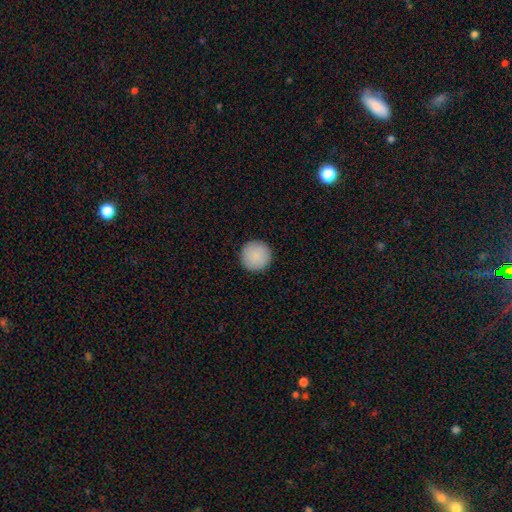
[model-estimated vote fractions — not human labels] smooth 89%, star or artifact 7%, featured or disk 4%. Down the decision tree: how rounded — round (96%); merging — none (93%).